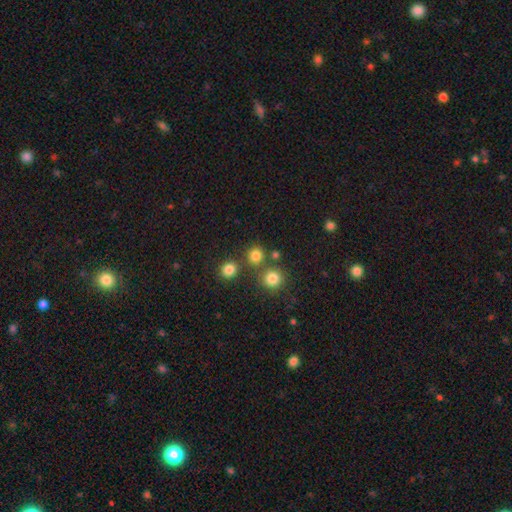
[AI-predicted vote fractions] A smooth galaxy with no disk features (80%) that is round (89%). Merging: none (74%).